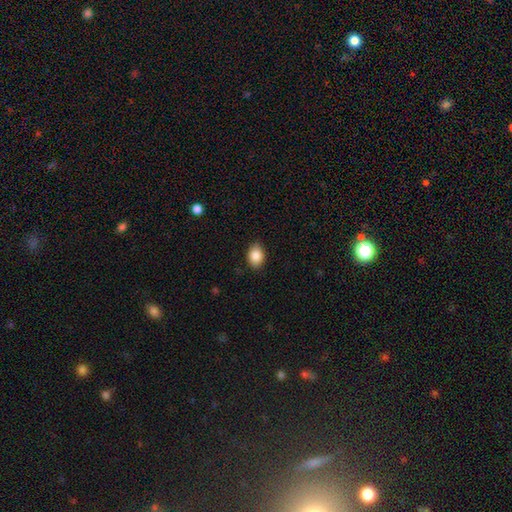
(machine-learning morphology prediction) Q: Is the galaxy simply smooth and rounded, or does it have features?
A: smooth — 87%.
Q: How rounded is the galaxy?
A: in between — 74%.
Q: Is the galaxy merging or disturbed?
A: none — 84%.